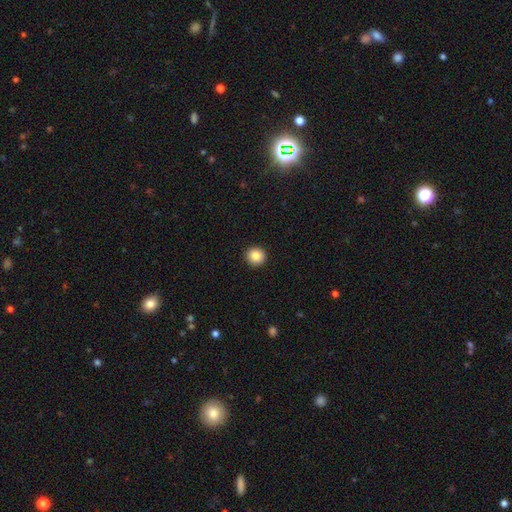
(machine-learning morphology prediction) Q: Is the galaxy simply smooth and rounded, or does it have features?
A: smooth — 85%.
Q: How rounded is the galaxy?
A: round — 93%.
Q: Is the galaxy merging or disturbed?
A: none — 93%.